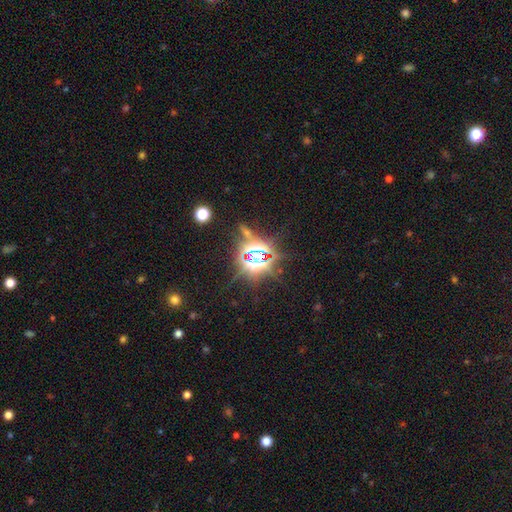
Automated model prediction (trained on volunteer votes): This is clearly a star or artifact rather than a galaxy (81%).